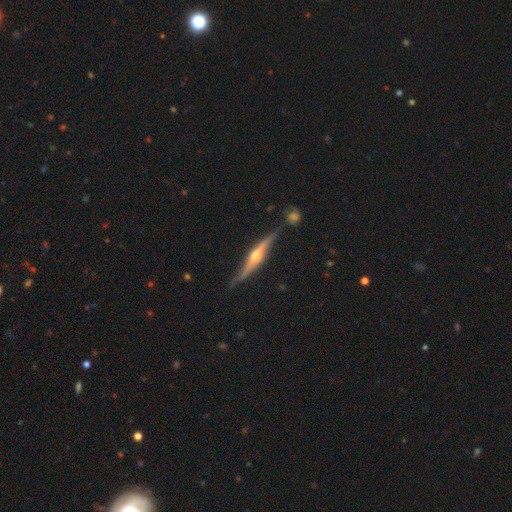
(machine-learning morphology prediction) type=featured or disk (82%); edge-on=yes (96%); edge-on bulge=rounded (91%); merging=none (77%).